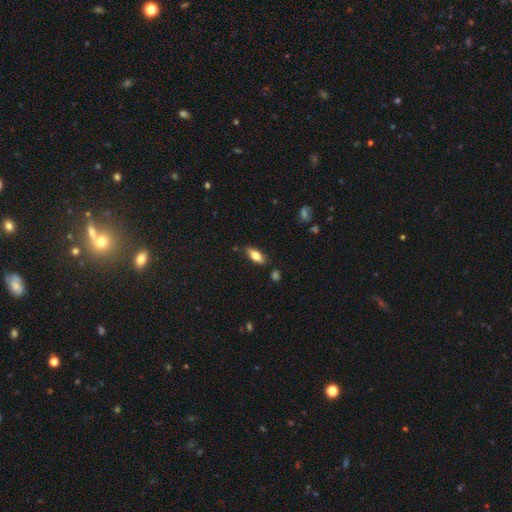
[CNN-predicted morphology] Smooth or featured? Predicted: smooth (p=0.74). How rounded? Predicted: in between (p=0.75). Merging? Predicted: none (p=0.79).